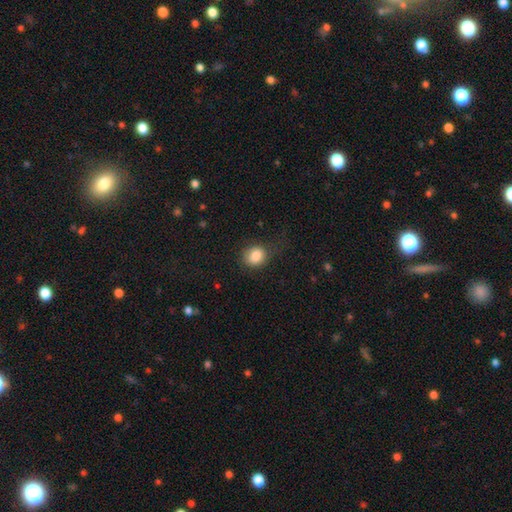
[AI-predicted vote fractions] Overall: smooth (86%). How rounded: round (65%; in between 34%). Merging: none (66%).